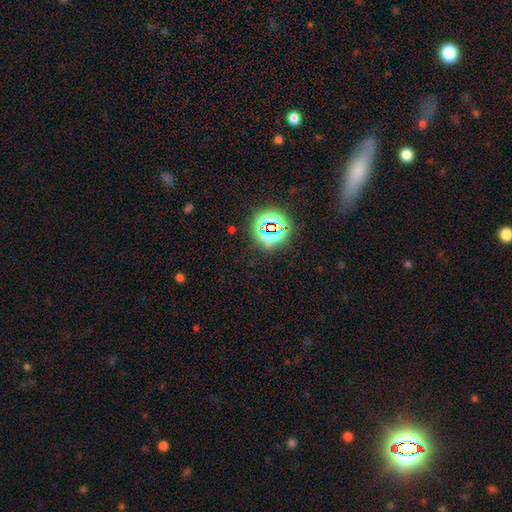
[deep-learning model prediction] Smooth or featured: star or artifact — 67% (smooth — 22%)